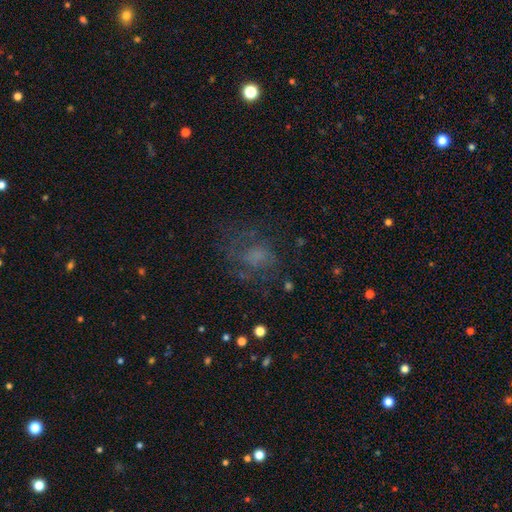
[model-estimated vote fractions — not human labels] Overall: featured or disk (43%; smooth 36%). Merging: none (55%; major disturbance 24%).